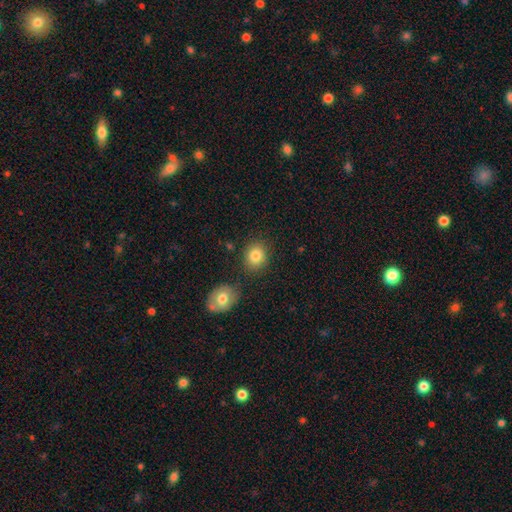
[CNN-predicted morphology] smooth_or_featured: smooth (p=0.83) [alt: star or artifact p=0.09]
how_rounded: round (p=0.67) [alt: in between p=0.32]
merging: none (p=0.79) [alt: minor disturbance p=0.11]